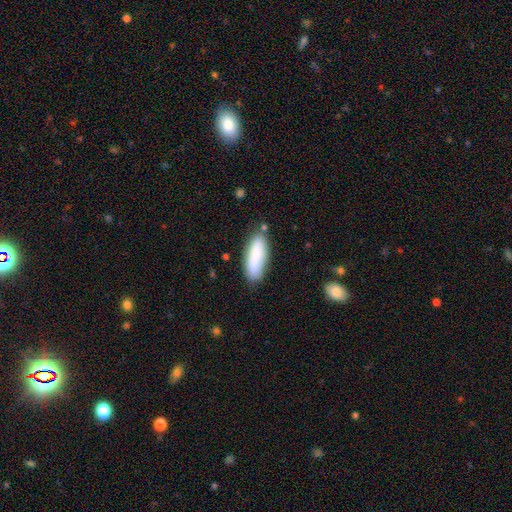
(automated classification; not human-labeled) Smooth or featured: smooth — 82% (featured or disk — 12%)
How rounded: in between — 61% (cigar-shaped — 38%)
Merging: none — 76% (minor disturbance — 16%)